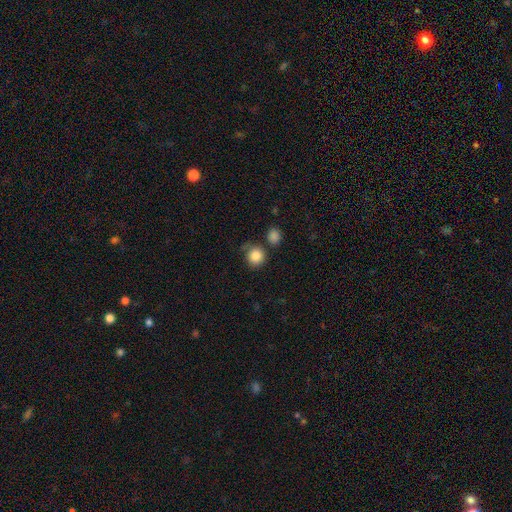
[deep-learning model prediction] Smooth or featured? Predicted: smooth (p=0.86). How rounded? Predicted: round (p=0.91). Merging? Predicted: none (p=0.72).